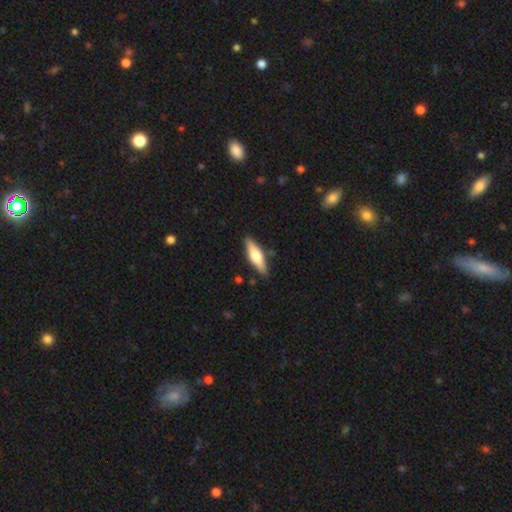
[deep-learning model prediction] Smooth or featured? Predicted: smooth (p=0.50). How rounded? Predicted: cigar-shaped (p=0.60). Merging? Predicted: none (p=0.87).